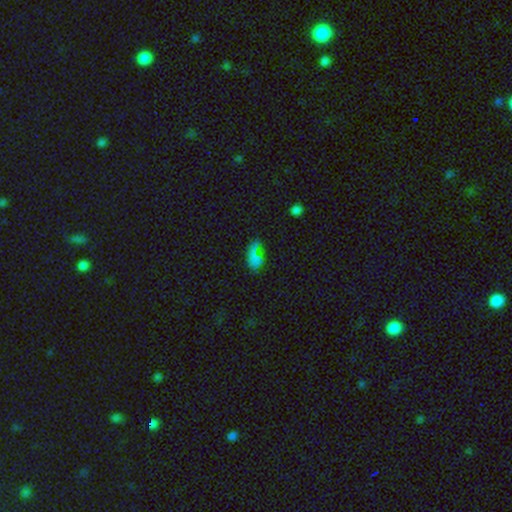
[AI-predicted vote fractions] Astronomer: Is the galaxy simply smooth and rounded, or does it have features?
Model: smooth — 56%.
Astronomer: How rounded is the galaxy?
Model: in between — 85%.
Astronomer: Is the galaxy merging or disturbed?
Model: none — 37% (runner-up: major disturbance, 32%).